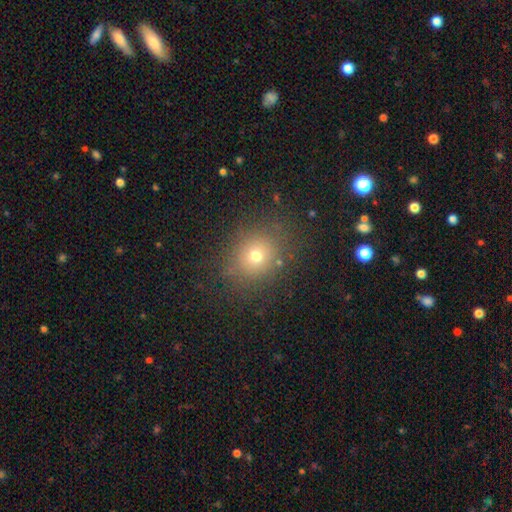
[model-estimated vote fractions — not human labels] The model was most divided on "how rounded": round: 69%, in between: 30%, cigar-shaped: 1%. More confident: merging — none (83%); smooth or featured — smooth (70%).